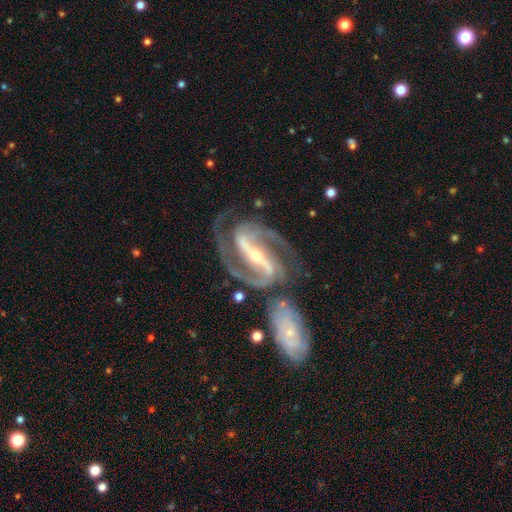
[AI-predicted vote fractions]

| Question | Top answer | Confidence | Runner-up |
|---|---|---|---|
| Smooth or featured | featured or disk | 94% | star or artifact (4%) |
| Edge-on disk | no | 97% | yes (3%) |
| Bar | strong | 80% | weak (15%) |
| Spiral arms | yes | 99% | no (1%) |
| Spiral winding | medium | 57% | tight (33%) |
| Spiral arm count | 2 | 87% | 3 (7%) |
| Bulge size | small | 65% | moderate (31%) |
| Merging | none | 65% | merger (14%) |